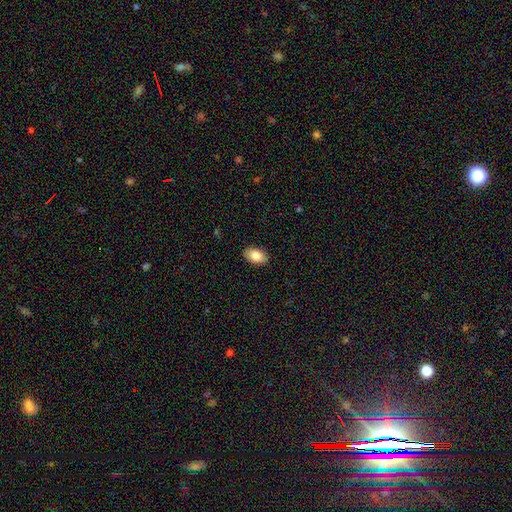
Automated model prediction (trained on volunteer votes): A smooth galaxy with no disk features (85%) that is in between round and cigar-shaped (93%).

Vote fractions:
- Smooth or featured? smooth: 85% / featured or disk: 8% / star or artifact: 7%
- How rounded? in between: 93% / round: 6% / cigar-shaped: 1%
- Merging? none: 90% / minor disturbance: 8% / major disturbance: 2% / merger: 1%